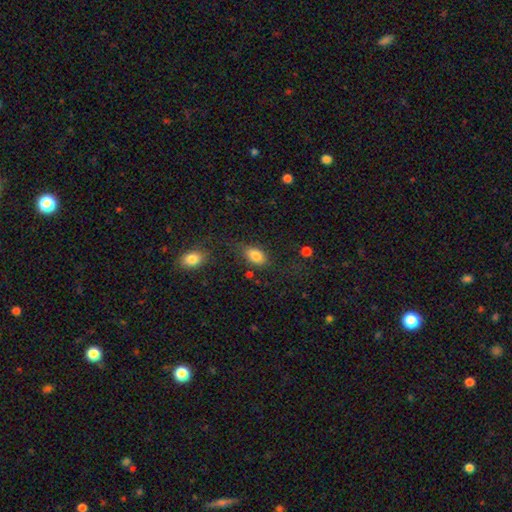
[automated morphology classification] This is clearly a smooth galaxy (82%). How rounded: clearly in between (87%). Merging: likely none (70%).